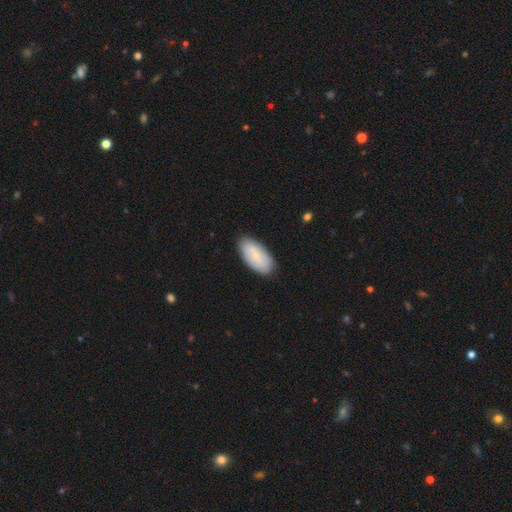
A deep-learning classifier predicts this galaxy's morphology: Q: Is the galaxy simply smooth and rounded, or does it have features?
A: smooth — 73%.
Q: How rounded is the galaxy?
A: in between — 93%.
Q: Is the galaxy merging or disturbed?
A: none — 83%.